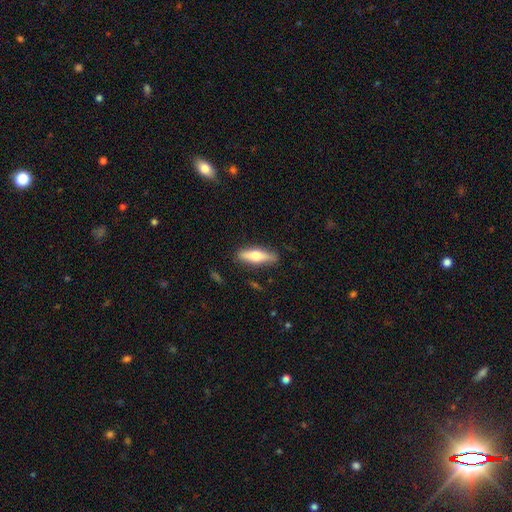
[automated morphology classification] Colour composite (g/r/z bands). It shows a smooth galaxy with no disk features (58%) that is cigar-shaped (61%). Merging: none (86%).